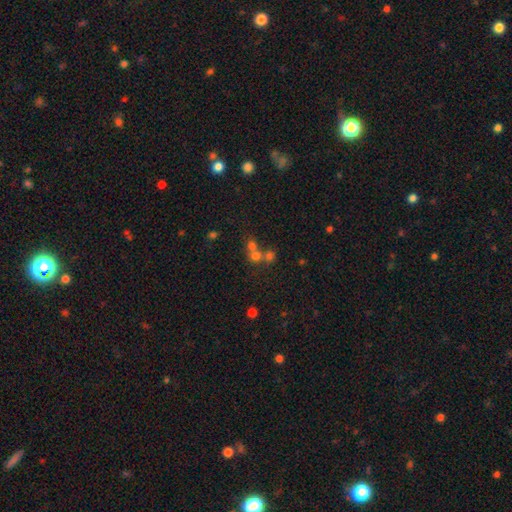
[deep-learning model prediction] Smooth or featured: smooth — 64% (star or artifact — 21%)
How rounded: round — 84% (in between — 15%)
Merging: merger — 48% (none — 42%)